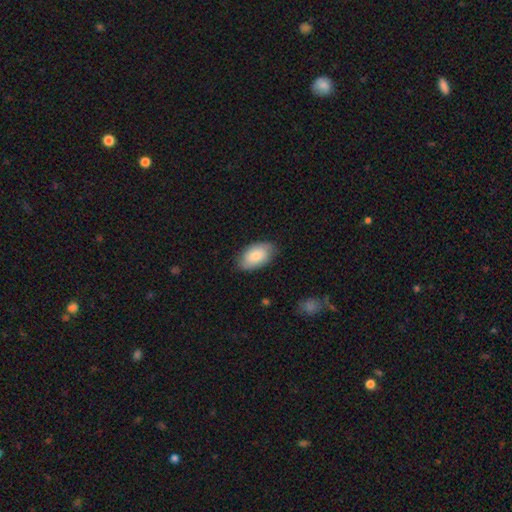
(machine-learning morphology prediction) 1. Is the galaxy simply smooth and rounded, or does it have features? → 84% smooth, 11% featured or disk, 6% star or artifact.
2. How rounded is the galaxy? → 95% in between, 4% round, 2% cigar-shaped.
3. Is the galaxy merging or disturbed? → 81% none, 15% minor disturbance, 3% major disturbance, 1% merger.